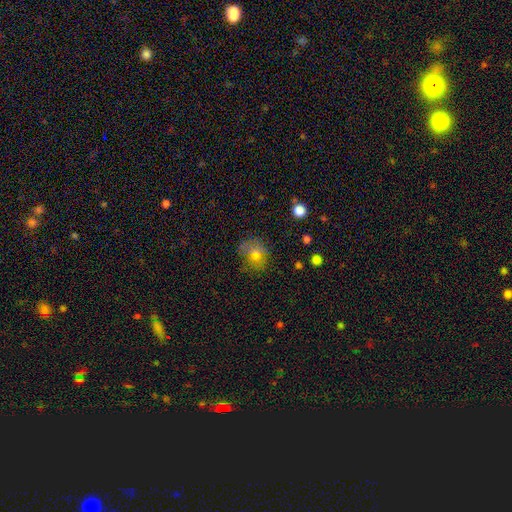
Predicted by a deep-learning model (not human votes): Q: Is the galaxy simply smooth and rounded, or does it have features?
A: smooth — 65%.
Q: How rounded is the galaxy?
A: round — 59%.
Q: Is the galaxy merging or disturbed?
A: none — 48%.